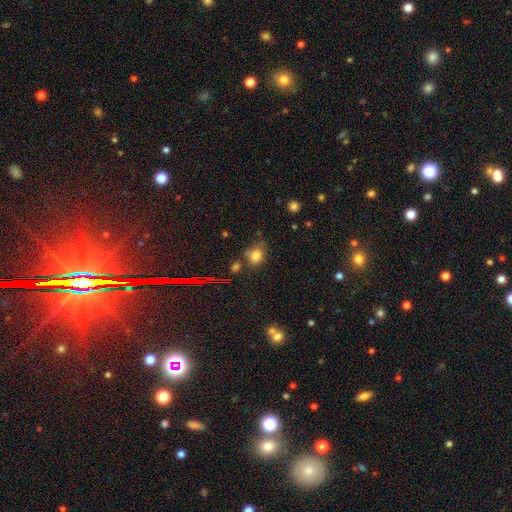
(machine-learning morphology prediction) This appears to be a smooth galaxy with no disk features (77%) that is round (63%). Merging: none (63%).